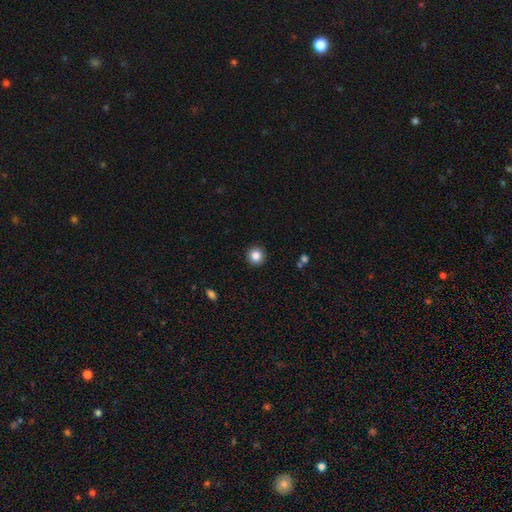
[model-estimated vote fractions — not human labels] Overall: smooth (85%). How rounded: round (94%). Merging: none (93%).